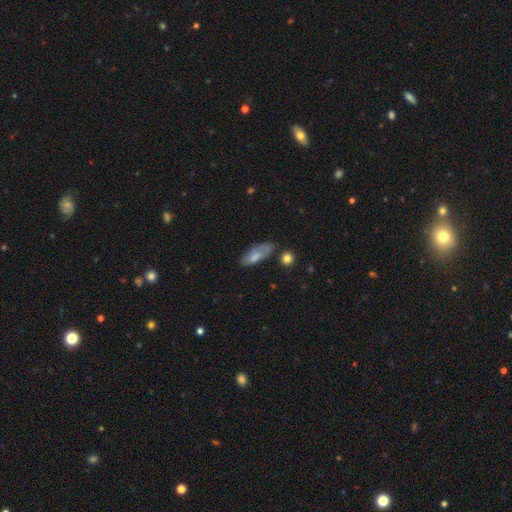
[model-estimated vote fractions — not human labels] Smooth or featured: smooth — 71% (featured or disk — 22%)
How rounded: in between — 70% (cigar-shaped — 27%)
Merging: none — 62% (minor disturbance — 26%)